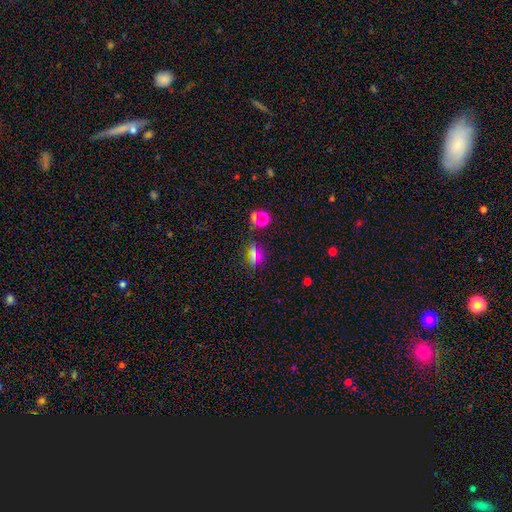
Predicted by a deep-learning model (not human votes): A smooth galaxy with no disk features (58%) that is round (44%, tied with in between). Merging: none (77%).